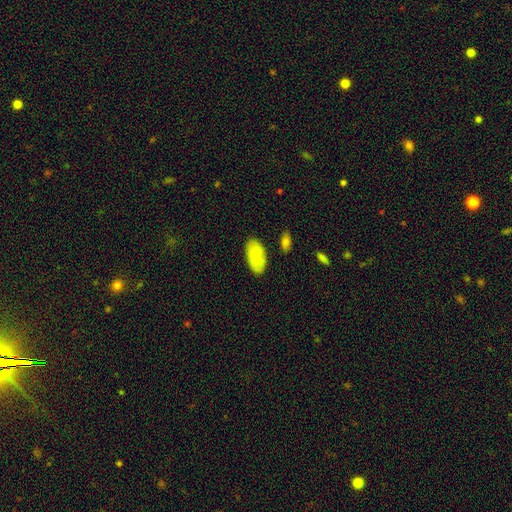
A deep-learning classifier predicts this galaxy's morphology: Overall: smooth (84%). How rounded: in between (95%). Merging: none (82%).